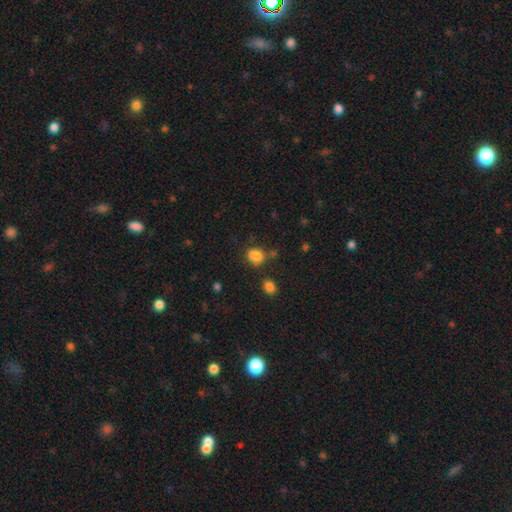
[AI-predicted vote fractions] The model was most divided on "how rounded": round: 50%, in between: 49%, cigar-shaped: 1%. More confident: smooth or featured — smooth (82%); merging — none (60%).